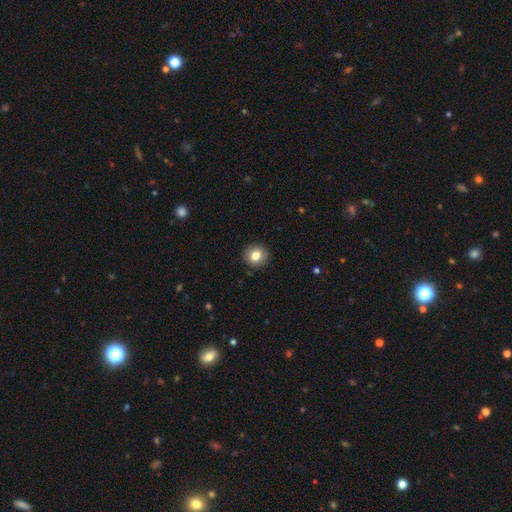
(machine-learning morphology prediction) This is clearly a smooth galaxy (82%). How rounded: clearly round (92%). Merging: clearly none (91%).